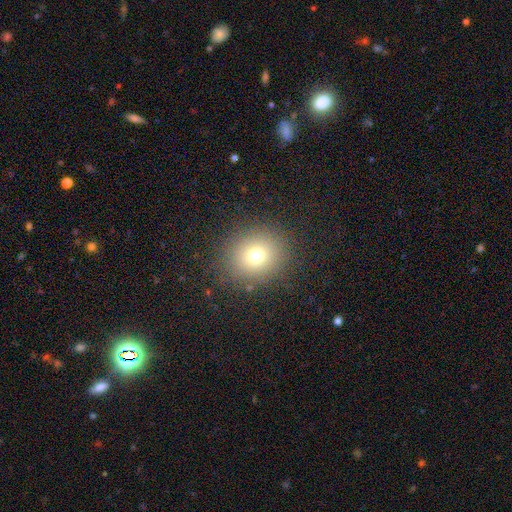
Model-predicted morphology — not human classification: Smooth or featured?
  - smooth: 73% *
  - star or artifact: 17%
  - featured or disk: 11%
How rounded?
  - round: 80% *
  - in between: 19%
  - cigar-shaped: 1%
Merging?
  - none: 86% *
  - minor disturbance: 8%
  - major disturbance: 4%
  - merger: 1%